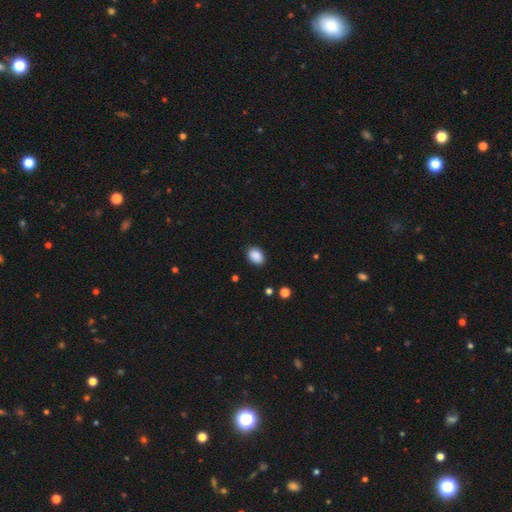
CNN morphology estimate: Smooth or featured? smooth (89%)
How rounded? in between (75%)
Merging? none (88%)